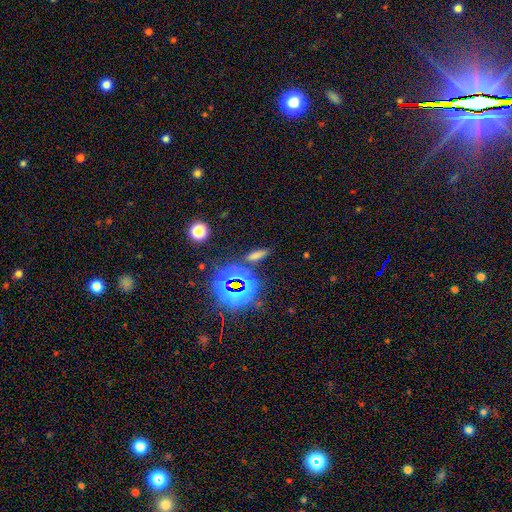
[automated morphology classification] type=smooth (56%); roundness=cigar-shaped (51%); merging=none (81%).